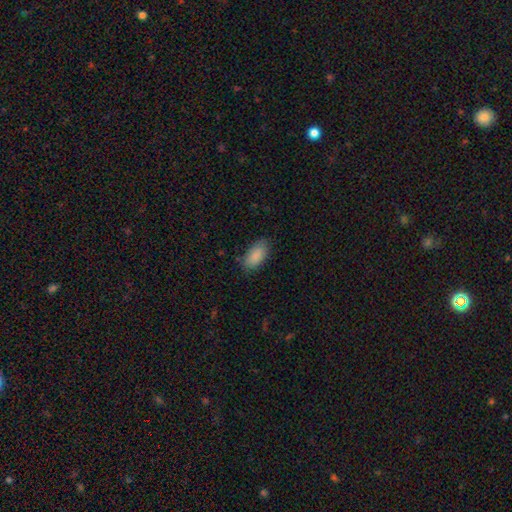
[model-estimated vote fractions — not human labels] Smooth or featured?
  - smooth: 88% *
  - star or artifact: 7%
  - featured or disk: 5%
How rounded?
  - in between: 92% *
  - cigar-shaped: 5%
  - round: 3%
Merging?
  - none: 78% *
  - minor disturbance: 17%
  - major disturbance: 4%
  - merger: 1%